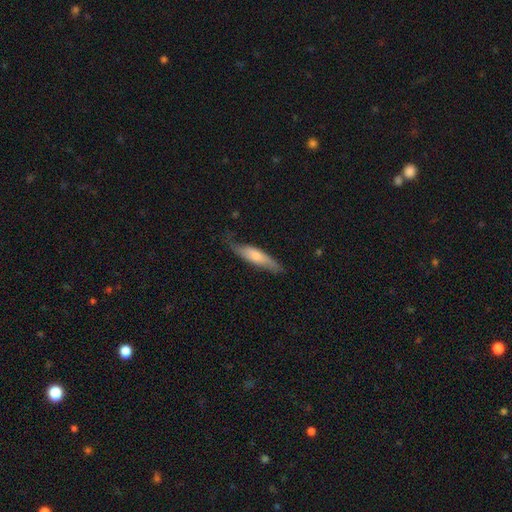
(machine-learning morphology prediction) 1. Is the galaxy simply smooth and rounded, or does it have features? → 57% smooth, 37% featured or disk, 5% star or artifact.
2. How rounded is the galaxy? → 71% cigar-shaped, 27% in between, 2% round.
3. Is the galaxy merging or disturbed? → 64% none, 27% minor disturbance, 7% major disturbance, 2% merger.